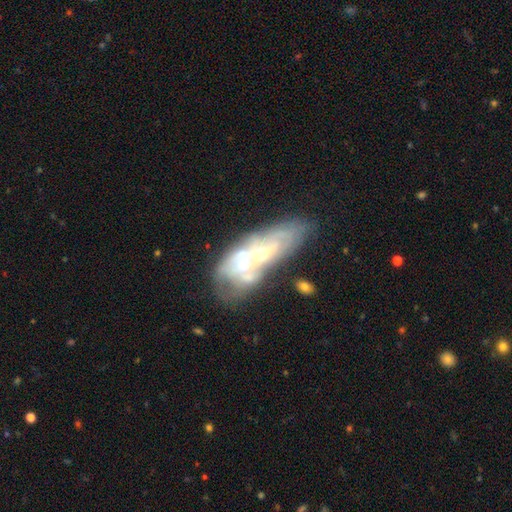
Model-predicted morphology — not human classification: type=featured or disk (68%); edge-on=no (89%); bar=no (82%); spiral arms=no (62%); bulge=small (48%); merging=merger (55%).